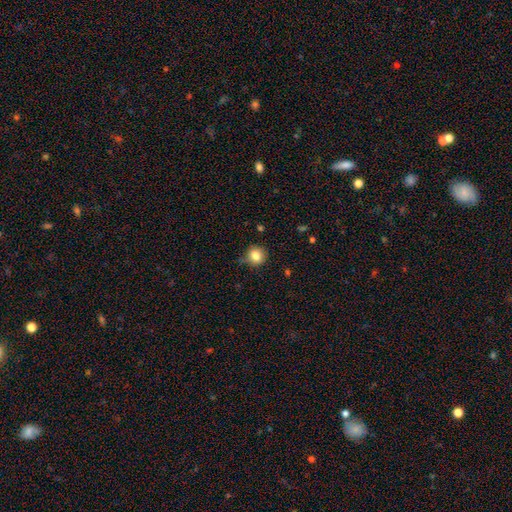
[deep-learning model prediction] smooth-or-featured: smooth: 82% | star or artifact: 11% | featured or disk: 7%
  how-rounded: round: 90% | in between: 9% | cigar-shaped: 1%
  merging: none: 75% | minor disturbance: 19% | major disturbance: 4% | merger: 2%